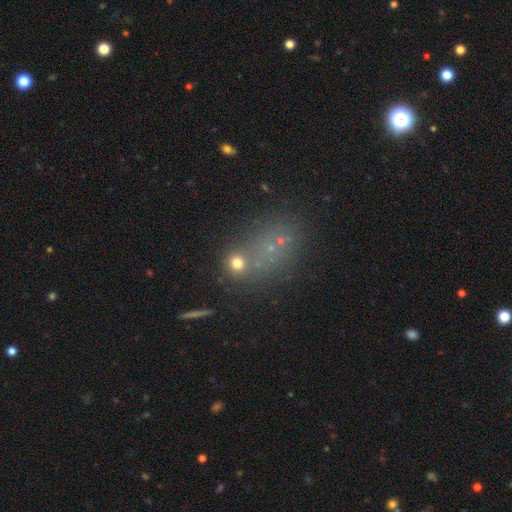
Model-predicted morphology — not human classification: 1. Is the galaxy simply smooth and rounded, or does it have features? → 48% smooth, 36% star or artifact, 16% featured or disk.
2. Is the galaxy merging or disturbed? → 48% none, 29% merger, 13% minor disturbance, 9% major disturbance.